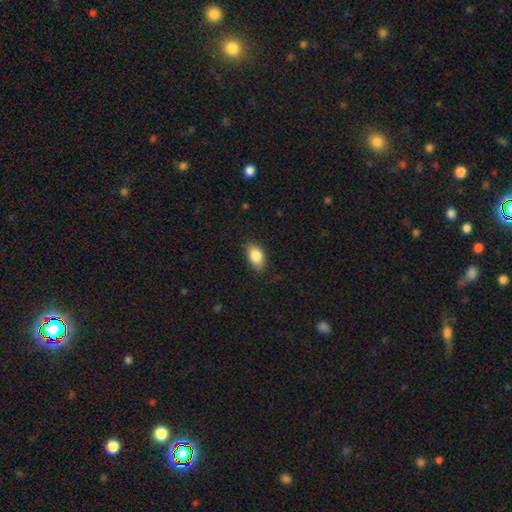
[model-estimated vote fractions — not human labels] This appears to be a smooth galaxy with no disk features (85%) that is in between round and cigar-shaped (90%). Merging: none (82%).